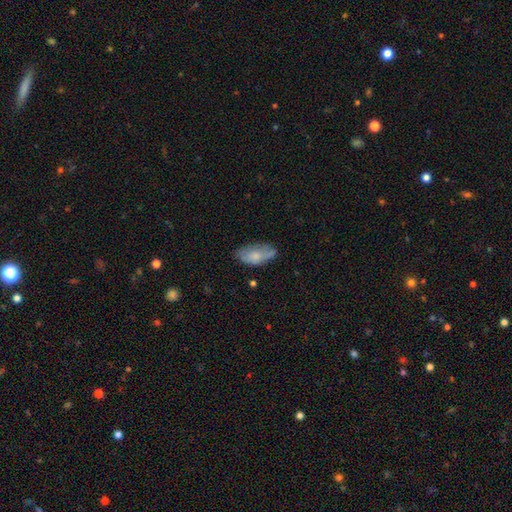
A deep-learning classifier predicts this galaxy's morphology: A smooth galaxy with no disk features (67%) that is in between round and cigar-shaped (90%). Merging: none (59%).